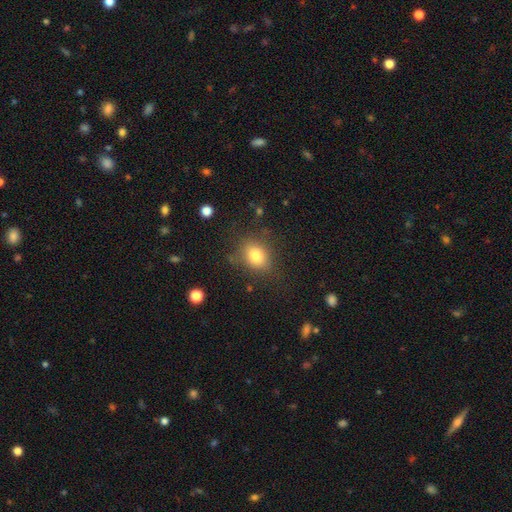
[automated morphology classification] smooth-or-featured: smooth: 80% | star or artifact: 11% | featured or disk: 9%
  how-rounded: in between: 55% | round: 44% | cigar-shaped: 1%
  merging: none: 74% | minor disturbance: 17% | major disturbance: 7% | merger: 2%